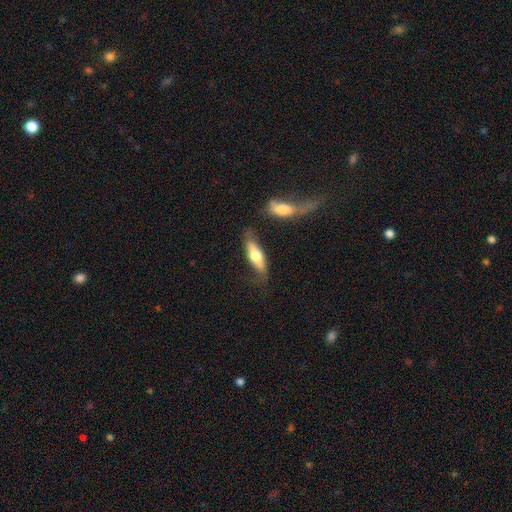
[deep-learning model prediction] This appears to be a smooth galaxy with no disk features (58%) that is cigar-shaped (50%). Merging: none (61%).